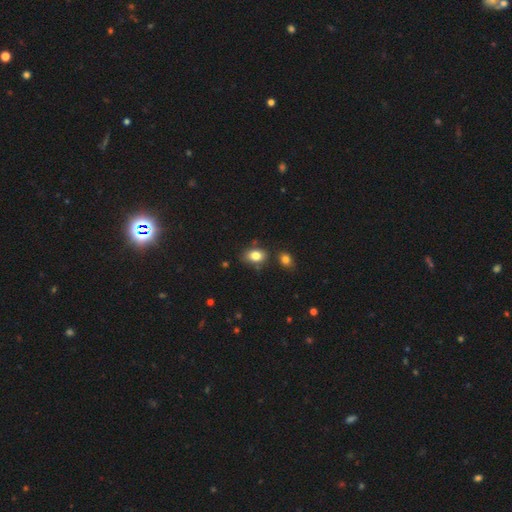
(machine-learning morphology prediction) This is clearly a smooth galaxy (83%). How rounded: clearly in between (80%). Merging: likely none (72%).